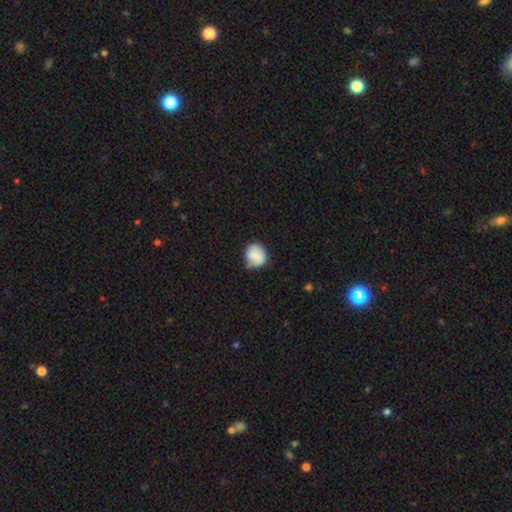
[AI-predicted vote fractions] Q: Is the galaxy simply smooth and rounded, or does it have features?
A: smooth — 64%.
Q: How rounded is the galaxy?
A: round — 76%.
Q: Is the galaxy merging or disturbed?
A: none — 56%.